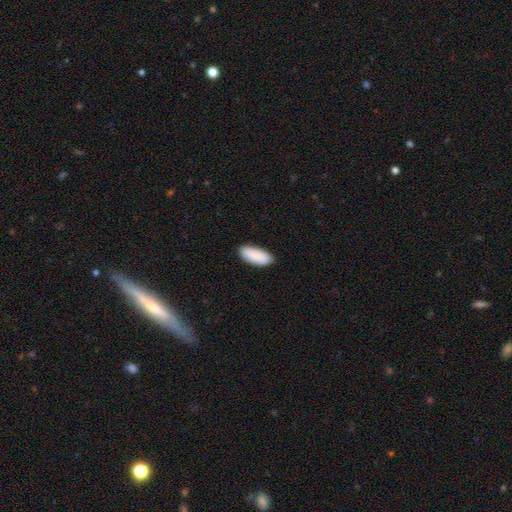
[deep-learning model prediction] The model was most divided on "how rounded": in between: 88%, cigar-shaped: 11%, round: 2%. More confident: smooth or featured — smooth (91%); merging — none (88%).